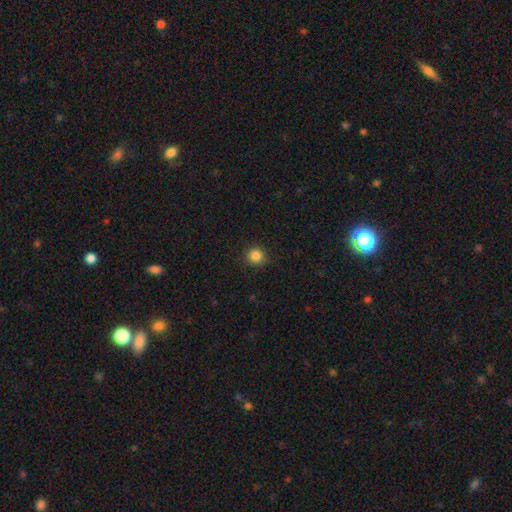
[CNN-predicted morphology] Smooth or featured?
  - smooth: 85% *
  - star or artifact: 12%
  - featured or disk: 4%
How rounded?
  - round: 94% *
  - in between: 5%
  - cigar-shaped: 1%
Merging?
  - none: 91% *
  - minor disturbance: 6%
  - major disturbance: 2%
  - merger: 1%